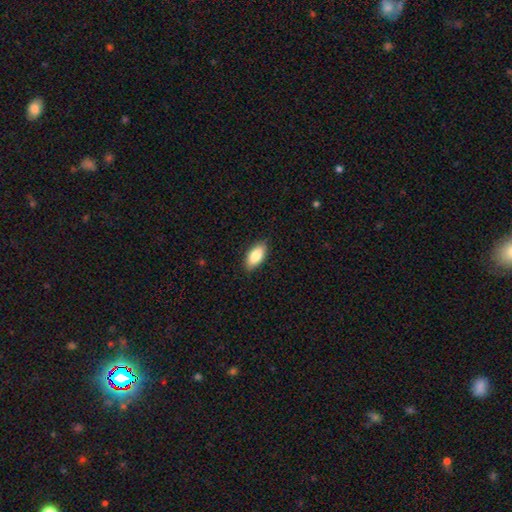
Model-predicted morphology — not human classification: Q: Smooth or featured?
A: smooth (85%); runner-up: featured or disk (9%)
Q: How rounded?
A: in between (89%); runner-up: cigar-shaped (8%)
Q: Merging?
A: none (86%); runner-up: minor disturbance (11%)